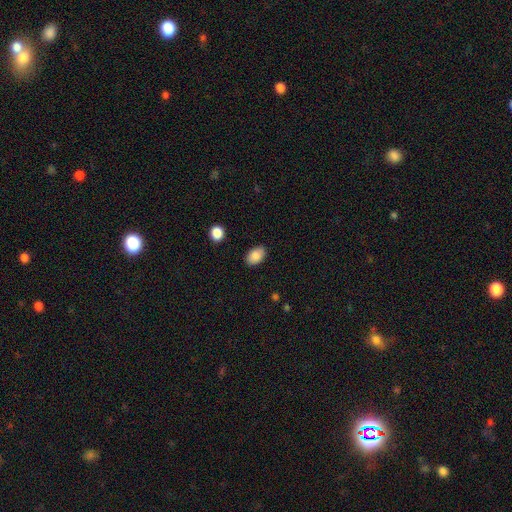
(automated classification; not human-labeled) smooth_or_featured: smooth (p=0.87) [alt: star or artifact p=0.08]
how_rounded: in between (p=0.88) [alt: round p=0.11]
merging: none (p=0.86) [alt: minor disturbance p=0.10]